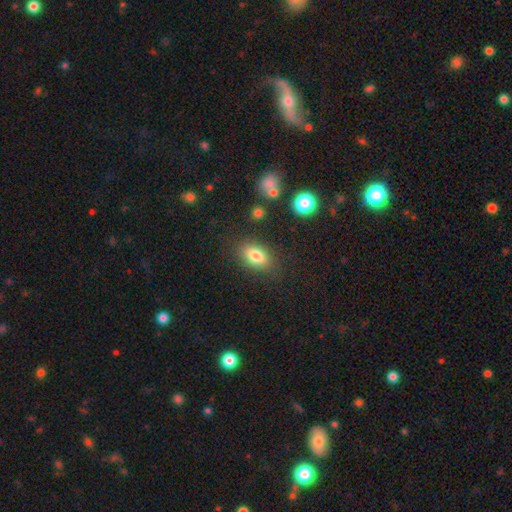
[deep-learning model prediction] The model was most divided on "smooth or featured": smooth: 81%, featured or disk: 10%, star or artifact: 9%. More confident: how rounded — in between (86%); merging — none (82%).